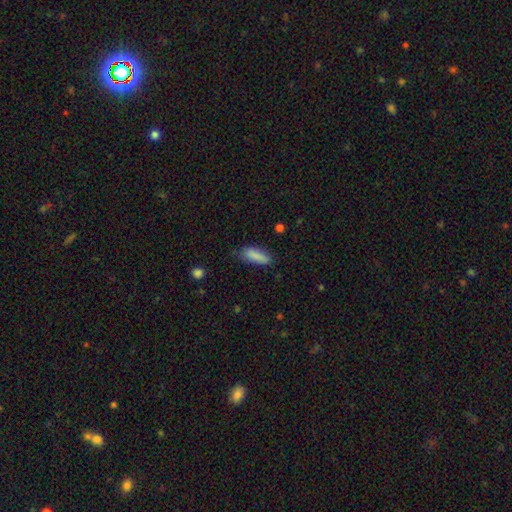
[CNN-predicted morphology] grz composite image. It shows a smooth galaxy with no disk features (86%) that is in between round and cigar-shaped (60%). Merging: none (65%).